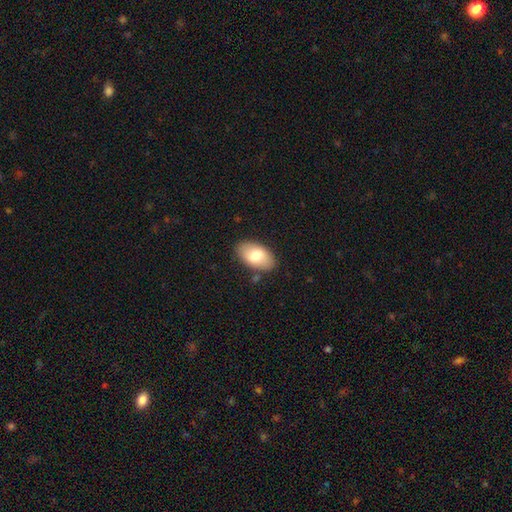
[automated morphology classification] smooth-or-featured: smooth: 75% | featured or disk: 19% | star or artifact: 6%
  how-rounded: in between: 94% | round: 5% | cigar-shaped: 2%
  merging: none: 83% | minor disturbance: 12% | major disturbance: 3% | merger: 2%